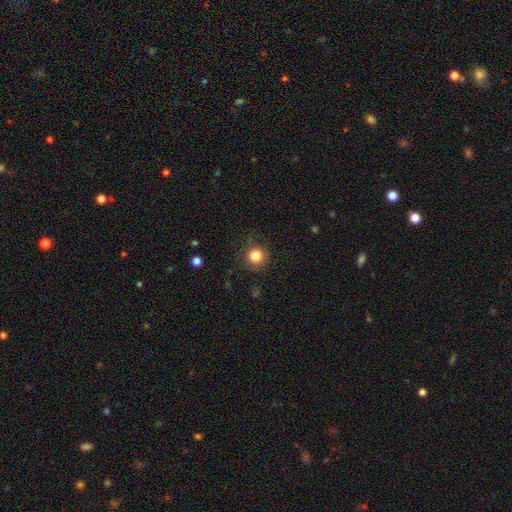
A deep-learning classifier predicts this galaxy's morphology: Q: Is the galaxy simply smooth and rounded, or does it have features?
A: smooth — 83%.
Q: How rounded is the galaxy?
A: round — 94%.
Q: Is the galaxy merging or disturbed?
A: none — 88%.